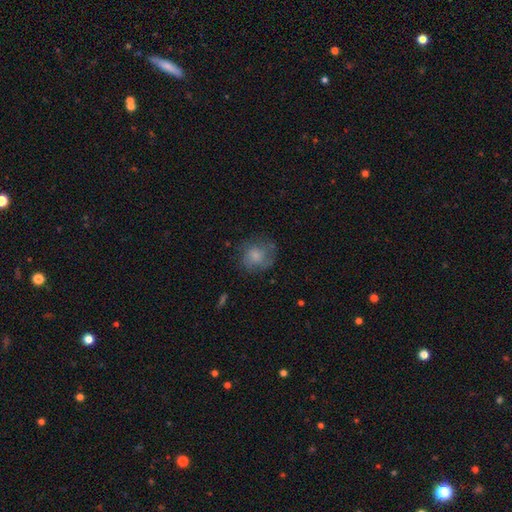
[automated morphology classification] Q: Smooth or featured?
A: smooth (68%); runner-up: featured or disk (23%)
Q: How rounded?
A: round (74%); runner-up: in between (25%)
Q: Merging?
A: none (62%); runner-up: minor disturbance (23%)